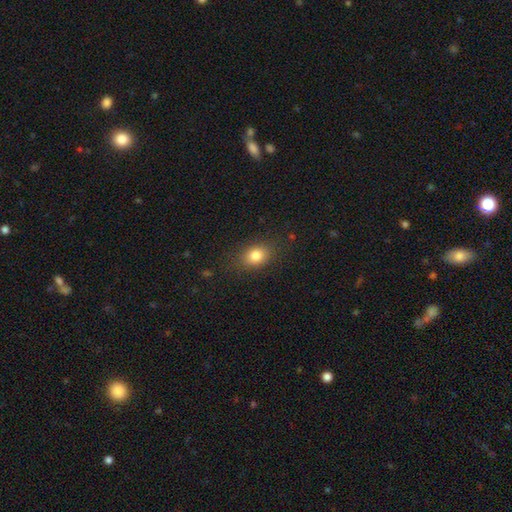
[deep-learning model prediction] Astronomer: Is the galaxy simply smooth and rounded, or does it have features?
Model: smooth — 81%.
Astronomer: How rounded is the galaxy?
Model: in between — 63%.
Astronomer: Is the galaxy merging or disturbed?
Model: none — 83%.